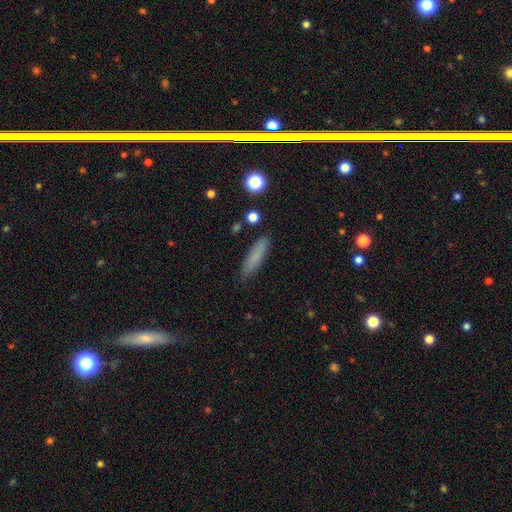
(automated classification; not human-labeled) Smooth or featured: smooth — 78% (featured or disk — 12%)
How rounded: cigar-shaped — 75% (in between — 23%)
Merging: none — 85% (minor disturbance — 10%)